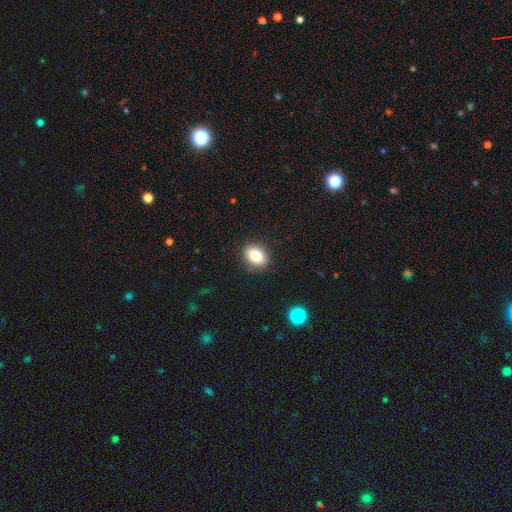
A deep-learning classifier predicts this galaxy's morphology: The model was most divided on "how rounded": in between: 59%, round: 40%, cigar-shaped: 1%. More confident: merging — none (88%); smooth or featured — smooth (81%).